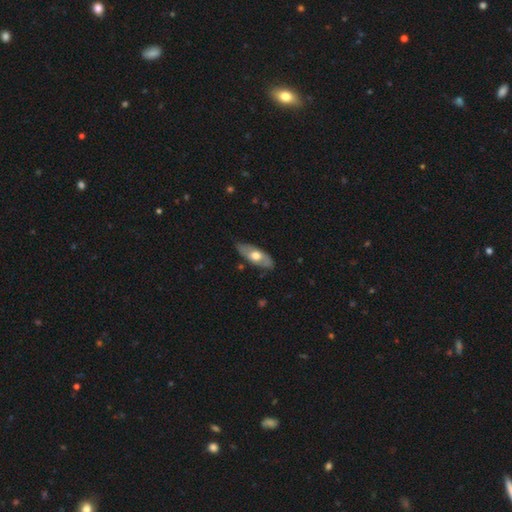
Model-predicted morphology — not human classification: smooth 50%, featured or disk 45%, star or artifact 5%. Down the decision tree: merging — none (78%).